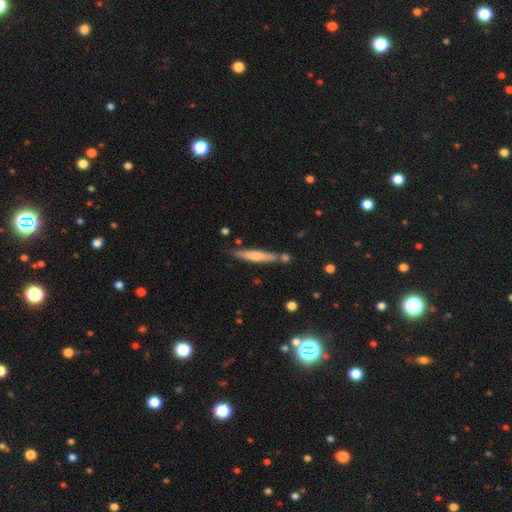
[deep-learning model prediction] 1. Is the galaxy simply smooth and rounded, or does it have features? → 47% featured or disk, 45% smooth, 7% star or artifact.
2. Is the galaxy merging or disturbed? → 79% none, 13% minor disturbance, 6% merger, 3% major disturbance.